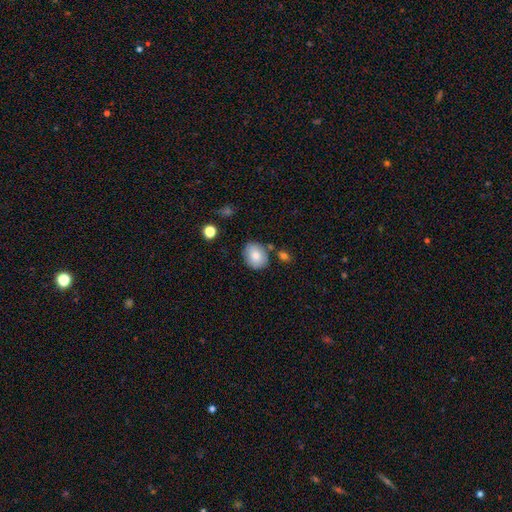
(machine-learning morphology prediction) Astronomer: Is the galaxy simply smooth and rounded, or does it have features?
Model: smooth — 81%.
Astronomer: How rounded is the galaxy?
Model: round — 53% (runner-up: in between, 46%).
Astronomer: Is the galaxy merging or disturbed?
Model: none — 78%.